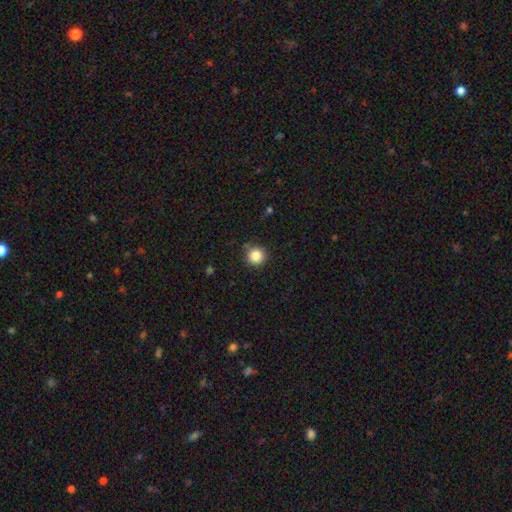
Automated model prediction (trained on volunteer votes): smooth 84%, star or artifact 11%, featured or disk 5%. Down the decision tree: how rounded — round (95%); merging — none (87%).